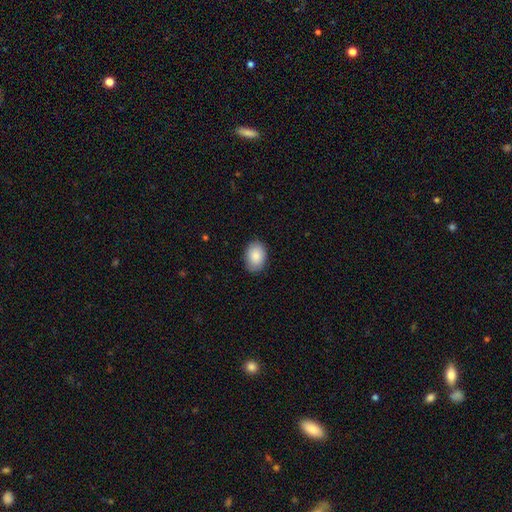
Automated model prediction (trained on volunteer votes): smooth-or-featured: smooth: 88% | star or artifact: 6% | featured or disk: 5%
  how-rounded: in between: 83% | round: 16% | cigar-shaped: 1%
  merging: none: 86% | minor disturbance: 11% | major disturbance: 2% | merger: 1%